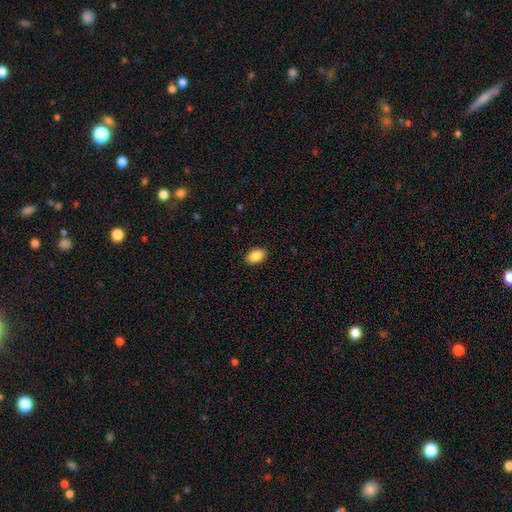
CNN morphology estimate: The model was most divided on "smooth or featured": smooth: 89%, star or artifact: 7%, featured or disk: 4%. More confident: how rounded — in between (90%); merging — none (89%).